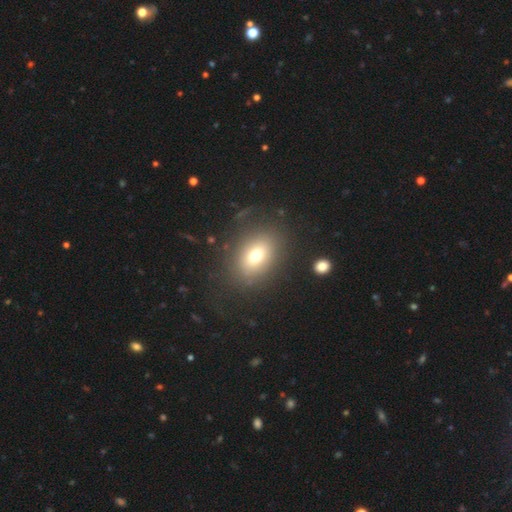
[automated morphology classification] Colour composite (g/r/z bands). It shows a smooth galaxy with no disk features (71%) that is in between round and cigar-shaped (63%). Merging: none (78%).